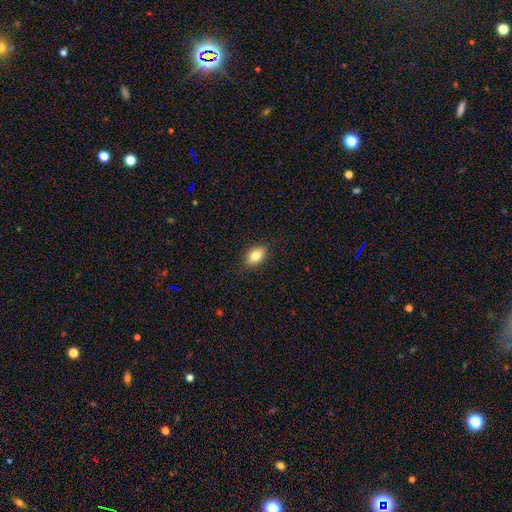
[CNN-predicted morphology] This is likely a smooth galaxy (79%). How rounded: clearly in between (84%). Merging: clearly none (87%).